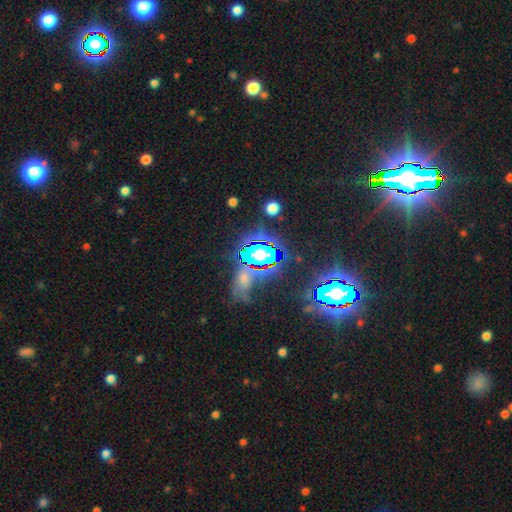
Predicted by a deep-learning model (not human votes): This is clearly a star or artifact rather than a galaxy (82%).